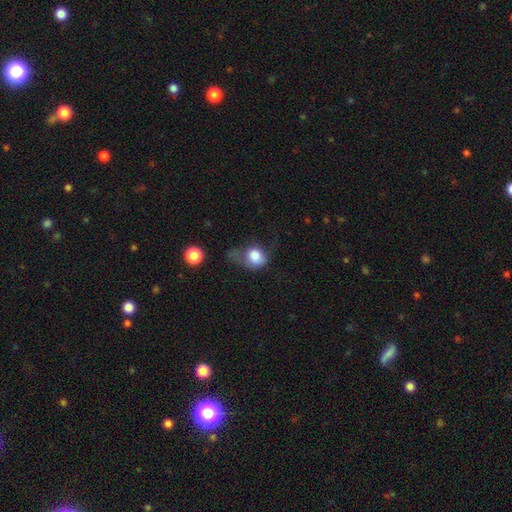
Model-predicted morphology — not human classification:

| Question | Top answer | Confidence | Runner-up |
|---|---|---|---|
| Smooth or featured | smooth | 76% | featured or disk (16%) |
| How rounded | round | 55% | in between (44%) |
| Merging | major disturbance | 49% | minor disturbance (24%) |